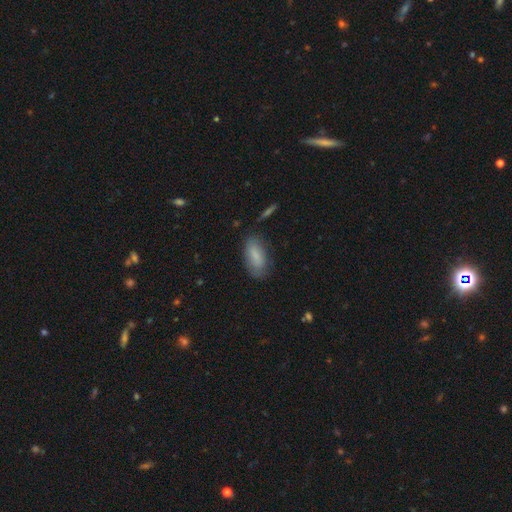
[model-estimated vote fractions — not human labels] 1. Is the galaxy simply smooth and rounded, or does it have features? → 81% smooth, 12% featured or disk, 7% star or artifact.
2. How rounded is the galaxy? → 86% in between, 12% cigar-shaped, 2% round.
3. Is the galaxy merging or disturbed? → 74% none, 19% minor disturbance, 5% major disturbance, 2% merger.